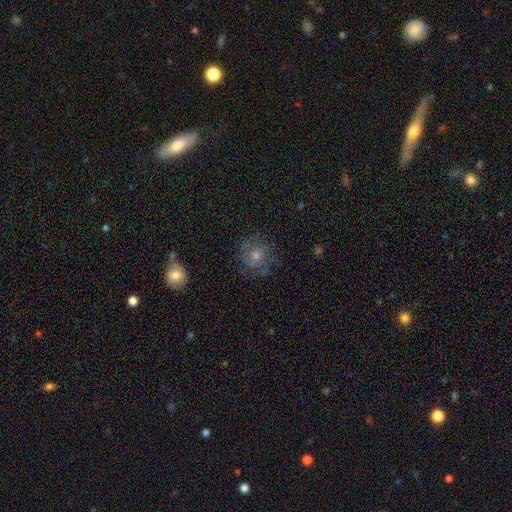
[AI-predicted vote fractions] Smooth or featured: smooth — 53% (featured or disk — 35%)
How rounded: round — 83% (in between — 16%)
Merging: none — 67% (minor disturbance — 19%)